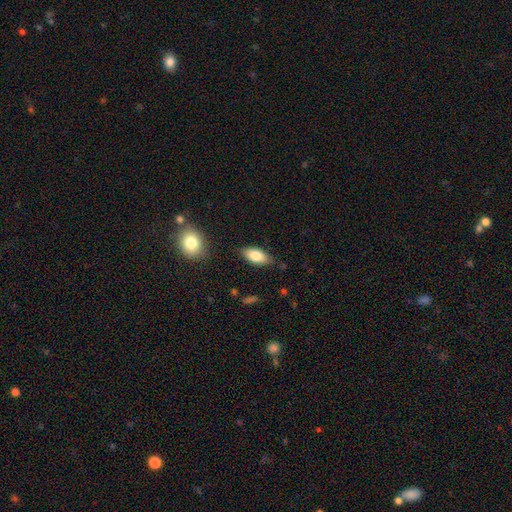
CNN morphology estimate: Smooth or featured?
  - smooth: 81% *
  - featured or disk: 12%
  - star or artifact: 7%
How rounded?
  - in between: 89% *
  - cigar-shaped: 8%
  - round: 3%
Merging?
  - none: 82% *
  - minor disturbance: 13%
  - major disturbance: 3%
  - merger: 2%